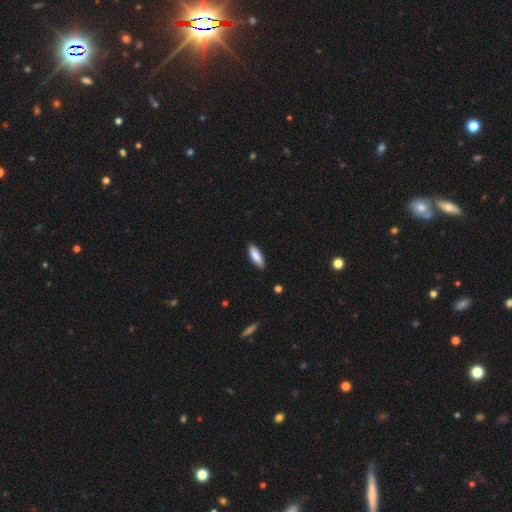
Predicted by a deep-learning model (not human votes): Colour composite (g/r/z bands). It shows a smooth galaxy with no disk features (86%) that is in between round and cigar-shaped (58%). Merging: none (87%).